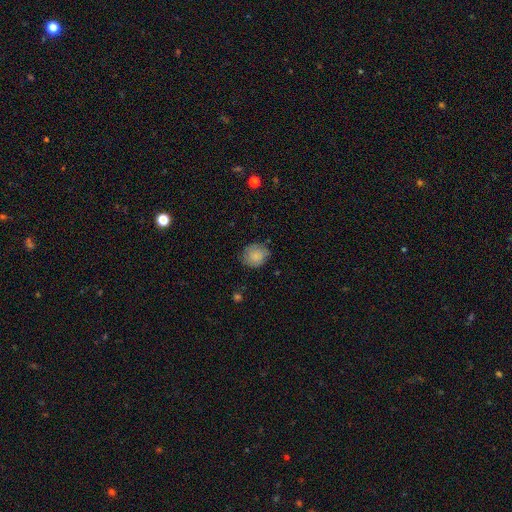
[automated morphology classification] smooth 77%, featured or disk 15%, star or artifact 8%. Down the decision tree: how rounded — round (77%); merging — none (70%).